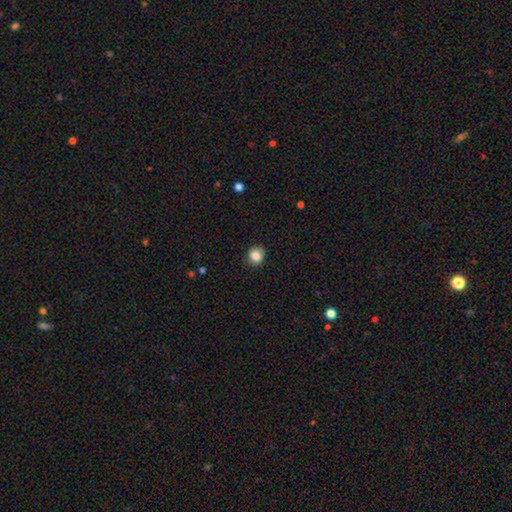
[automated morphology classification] Overall: smooth (87%). How rounded: round (86%). Merging: none (89%).